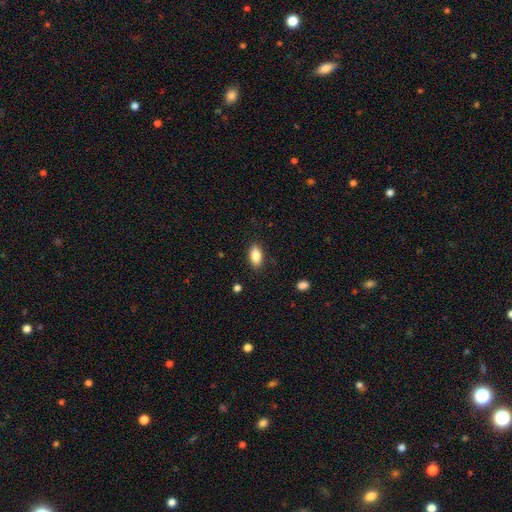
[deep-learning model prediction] A smooth galaxy with no disk features (86%) that is in between round and cigar-shaped (90%). Merging: none (85%).